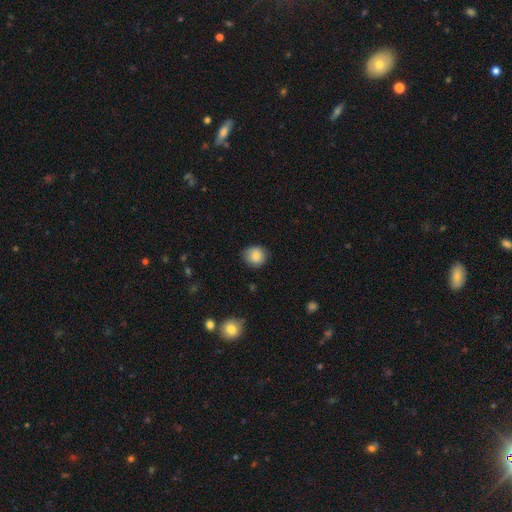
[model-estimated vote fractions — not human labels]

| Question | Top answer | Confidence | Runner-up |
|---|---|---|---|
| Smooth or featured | smooth | 84% | star or artifact (9%) |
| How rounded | round | 85% | in between (14%) |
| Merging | none | 82% | minor disturbance (14%) |